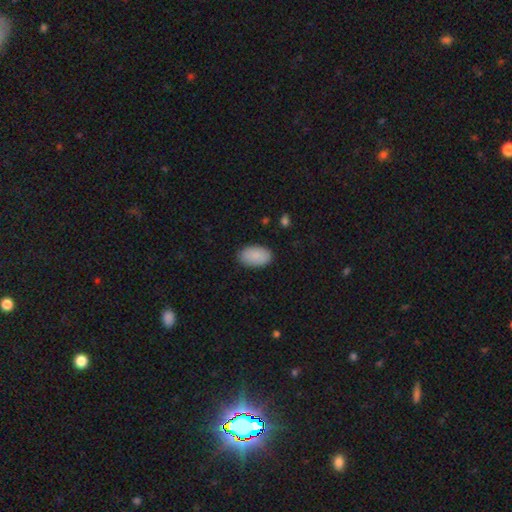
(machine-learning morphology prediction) smooth_or_featured: smooth (p=0.89) [alt: star or artifact p=0.06]
how_rounded: in between (p=0.95) [alt: round p=0.04]
merging: none (p=0.87) [alt: minor disturbance p=0.10]